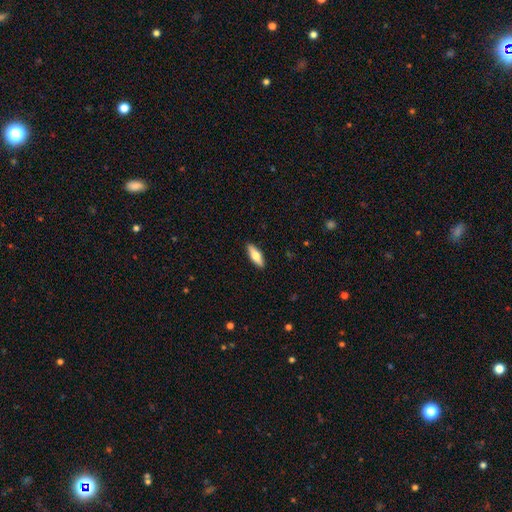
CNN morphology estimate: Smooth or featured: smooth — 60% (featured or disk — 34%)
How rounded: in between — 58% (cigar-shaped — 39%)
Merging: none — 90% (minor disturbance — 7%)